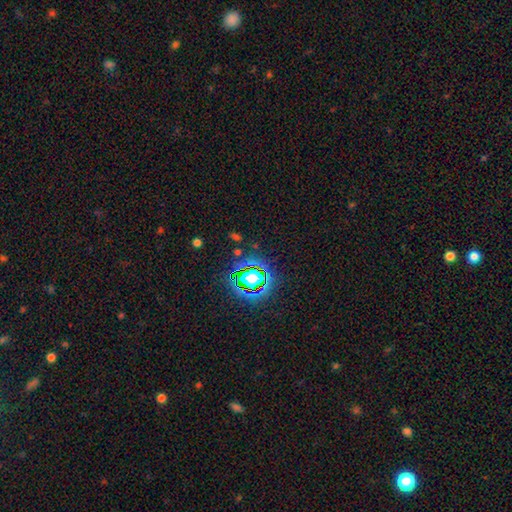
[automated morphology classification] Smooth or featured? star or artifact (80%)